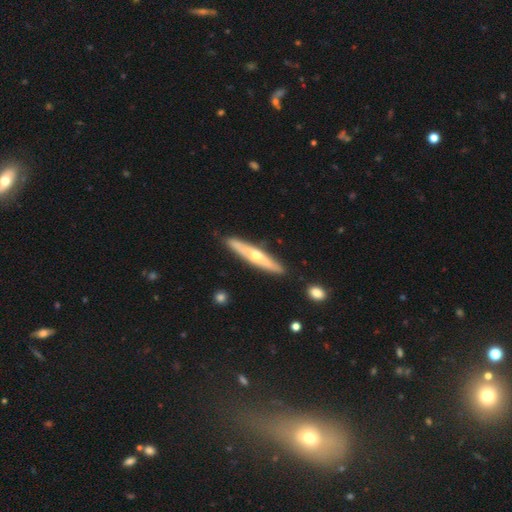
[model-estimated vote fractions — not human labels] Smooth or featured?
  - featured or disk: 61% *
  - smooth: 34%
  - star or artifact: 5%
Edge-on disk?
  - yes: 88% *
  - no: 12%
Edge-on bulge?
  - rounded: 86% *
  - none: 12%
  - boxy: 2%
Merging?
  - none: 87% *
  - minor disturbance: 9%
  - major disturbance: 2%
  - merger: 2%